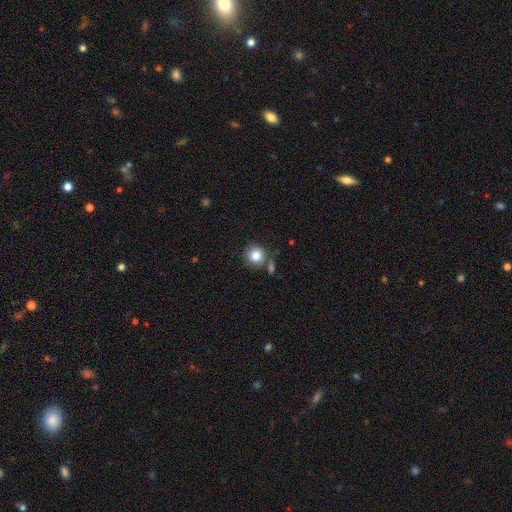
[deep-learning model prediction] smooth-or-featured: smooth: 83% | star or artifact: 10% | featured or disk: 7%
  how-rounded: round: 91% | in between: 8% | cigar-shaped: 1%
  merging: none: 74% | merger: 12% | minor disturbance: 11% | major disturbance: 3%